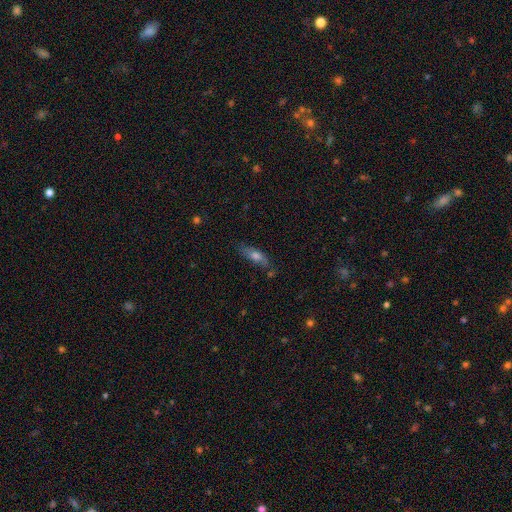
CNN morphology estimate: smooth_or_featured: smooth (p=0.63) [alt: featured or disk p=0.29]
how_rounded: in between (p=0.49) [alt: cigar-shaped p=0.48]
merging: none (p=0.71) [alt: minor disturbance p=0.20]